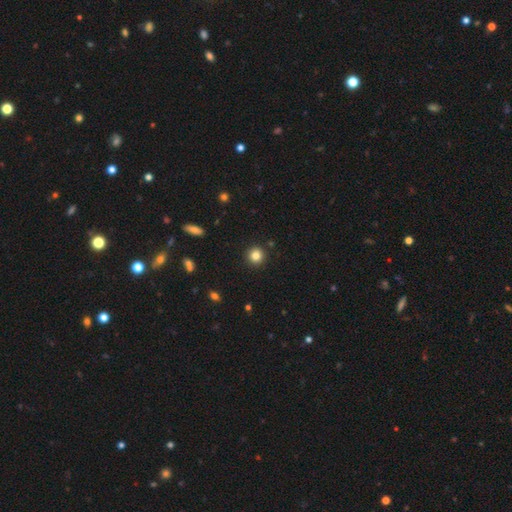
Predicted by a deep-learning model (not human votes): This is clearly a smooth galaxy (83%). How rounded: clearly round (94%). Merging: clearly none (92%).